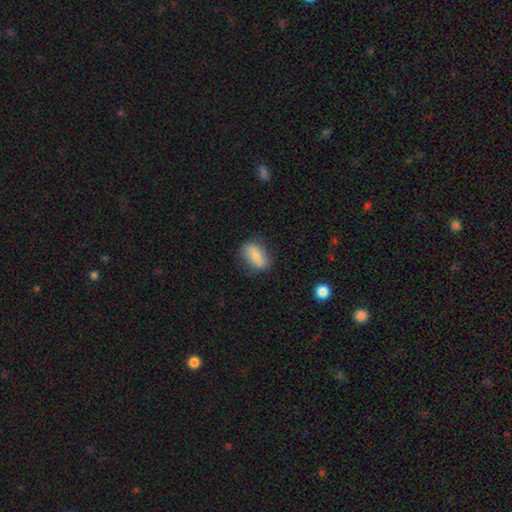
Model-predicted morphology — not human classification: type=smooth (78%); roundness=in between (85%); merging=none (77%).